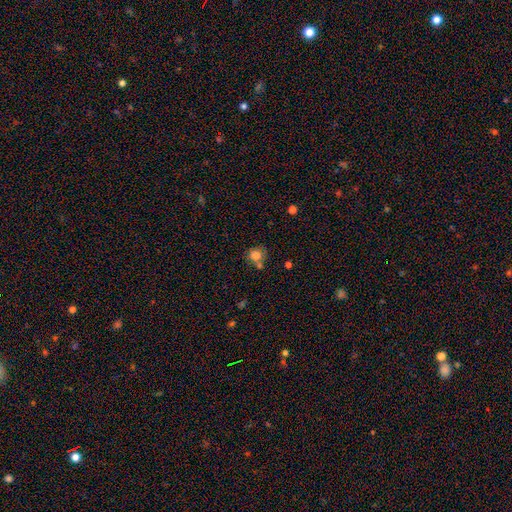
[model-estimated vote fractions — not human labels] Smooth or featured: smooth — 81% (star or artifact — 12%)
How rounded: round — 79% (in between — 20%)
Merging: none — 56% (merger — 23%)